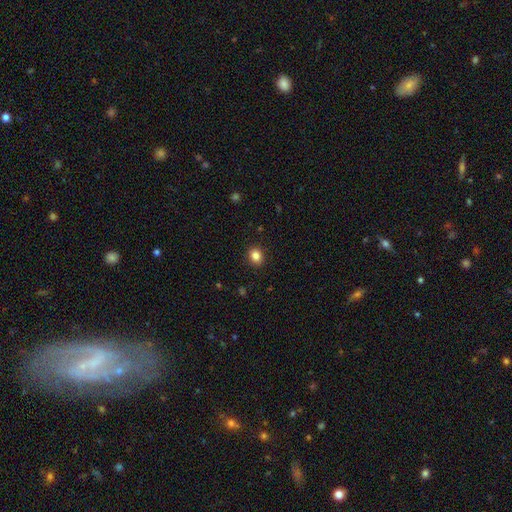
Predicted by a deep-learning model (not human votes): This appears to be a smooth galaxy with no disk features (84%) that is round (65%). Merging: none (91%).